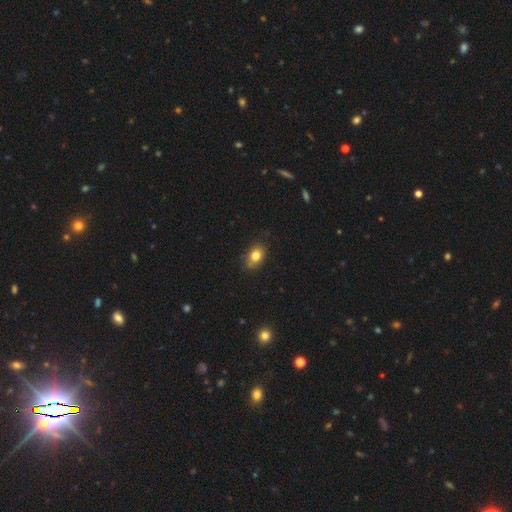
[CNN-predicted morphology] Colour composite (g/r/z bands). It shows a smooth galaxy with no disk features (81%) that is in between round and cigar-shaped (72%). Merging: none (81%).